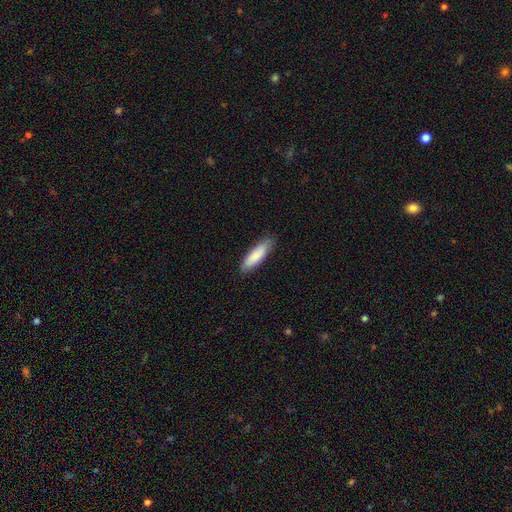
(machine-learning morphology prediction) smooth 83%, featured or disk 12%, star or artifact 5%. Down the decision tree: how rounded — cigar-shaped (59%); merging — none (82%).